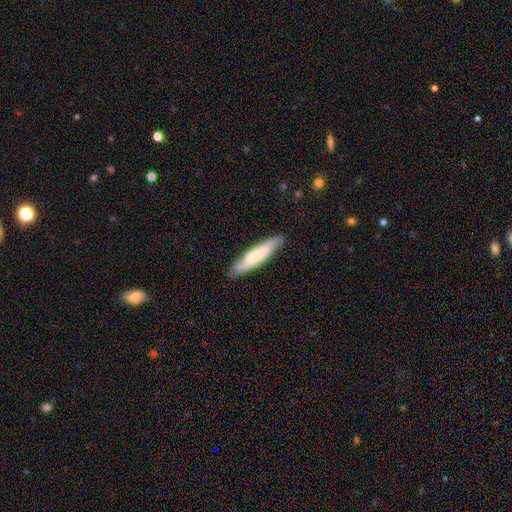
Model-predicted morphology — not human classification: This is possibly a featured or disk galaxy (50%). It is possibly not viewed edge-on (54%). Merging: clearly none (83%).